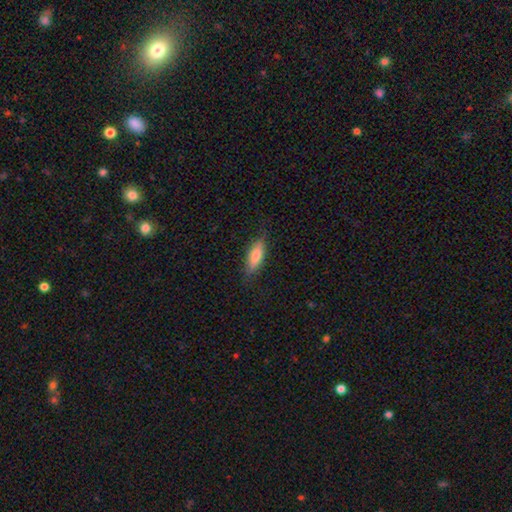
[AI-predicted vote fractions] smooth-or-featured: smooth: 73% | featured or disk: 21% | star or artifact: 7%
  how-rounded: in between: 56% | cigar-shaped: 42% | round: 2%
  merging: none: 82% | minor disturbance: 14% | major disturbance: 3% | merger: 1%